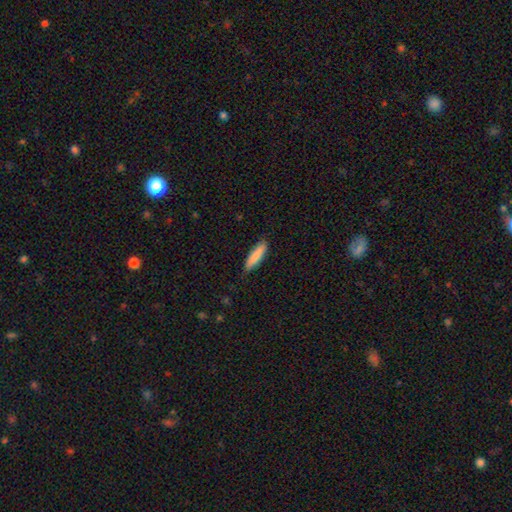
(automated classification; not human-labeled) A smooth galaxy with no disk features (84%) that is cigar-shaped (74%).

Vote fractions:
- Smooth or featured? smooth: 84% / featured or disk: 10% / star or artifact: 6%
- How rounded? cigar-shaped: 74% / in between: 25% / round: 1%
- Merging? none: 85% / minor disturbance: 12% / major disturbance: 2% / merger: 1%